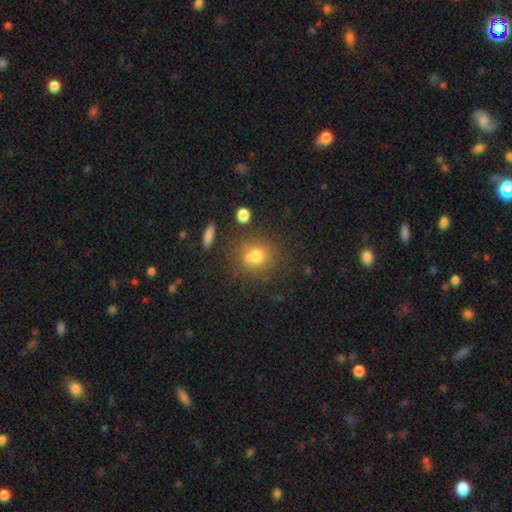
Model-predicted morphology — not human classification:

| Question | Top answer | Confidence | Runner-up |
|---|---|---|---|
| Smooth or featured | smooth | 72% | star or artifact (14%) |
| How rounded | round | 73% | in between (25%) |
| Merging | none | 62% | merger (18%) |